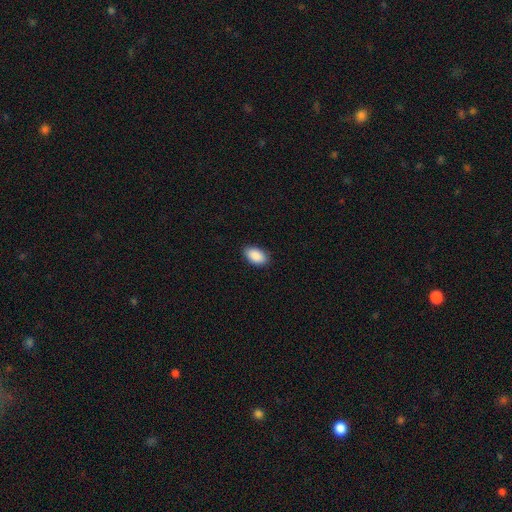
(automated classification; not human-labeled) This is clearly a smooth galaxy (90%). How rounded: clearly in between (94%). Merging: clearly none (87%).